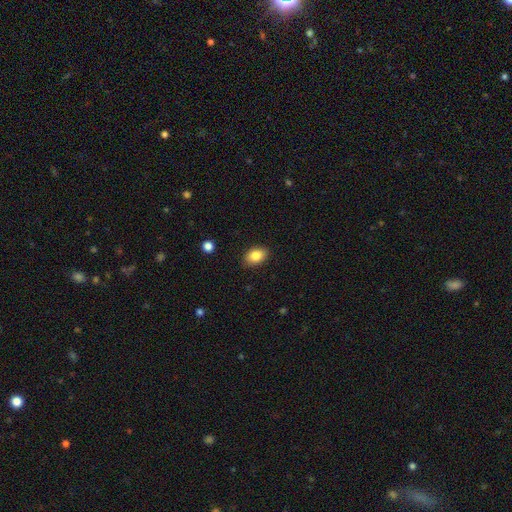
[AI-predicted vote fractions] The model was most divided on "how rounded": in between: 82%, round: 17%, cigar-shaped: 1%. More confident: merging — none (87%); smooth or featured — smooth (84%).